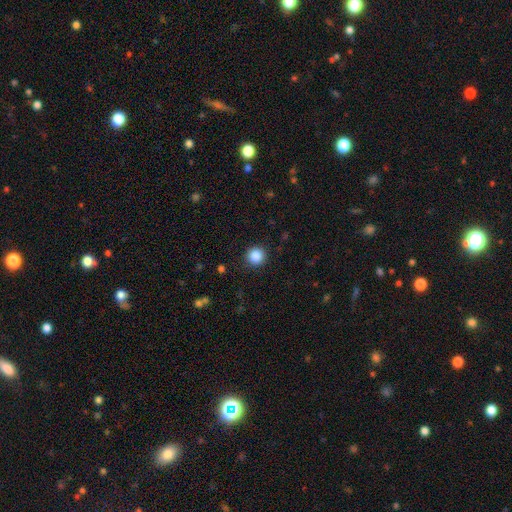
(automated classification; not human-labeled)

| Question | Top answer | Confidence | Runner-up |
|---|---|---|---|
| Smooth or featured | smooth | 86% | star or artifact (10%) |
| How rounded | round | 95% | in between (4%) |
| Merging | none | 91% | minor disturbance (6%) |